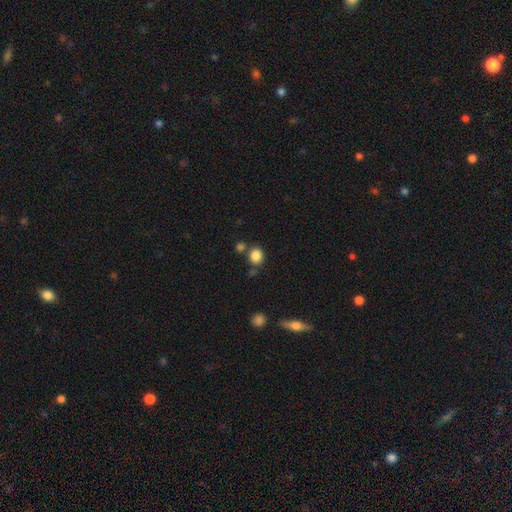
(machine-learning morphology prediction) A smooth galaxy with no disk features (85%) that is round (70%).

Vote fractions:
- Smooth or featured? smooth: 85% / star or artifact: 10% / featured or disk: 5%
- How rounded? round: 70% / in between: 28% / cigar-shaped: 1%
- Merging? none: 72% / merger: 14% / minor disturbance: 11% / major disturbance: 3%